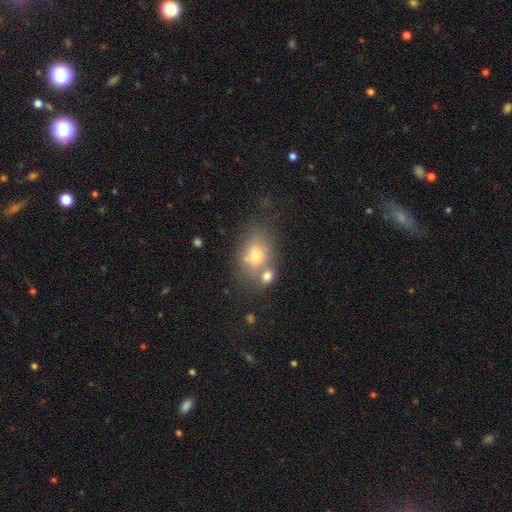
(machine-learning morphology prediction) Smooth or featured: smooth — 69% (featured or disk — 19%)
How rounded: in between — 67% (round — 31%)
Merging: none — 49% (merger — 27%)